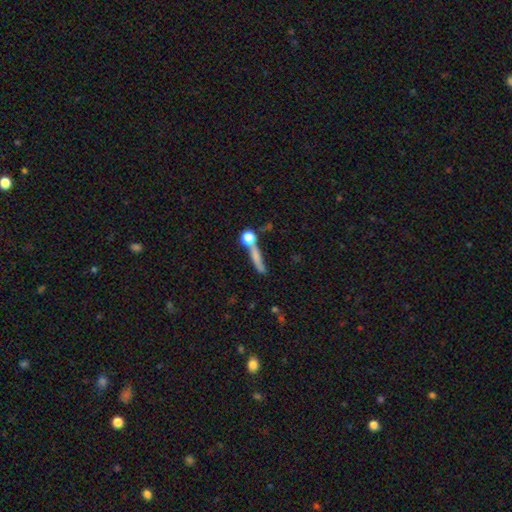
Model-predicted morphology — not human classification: Q: Smooth or featured?
A: smooth (60%); runner-up: featured or disk (27%)
Q: How rounded?
A: cigar-shaped (71%); runner-up: round (16%)
Q: Merging?
A: none (55%); runner-up: merger (21%)